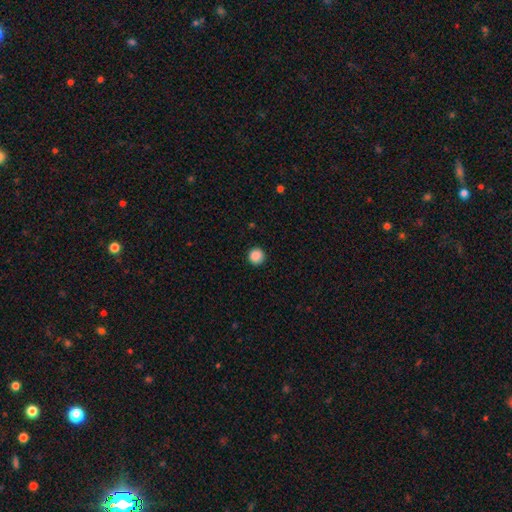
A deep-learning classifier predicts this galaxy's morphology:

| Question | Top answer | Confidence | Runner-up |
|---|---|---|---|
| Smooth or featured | smooth | 88% | star or artifact (9%) |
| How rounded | round | 96% | in between (3%) |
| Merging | none | 93% | minor disturbance (5%) |